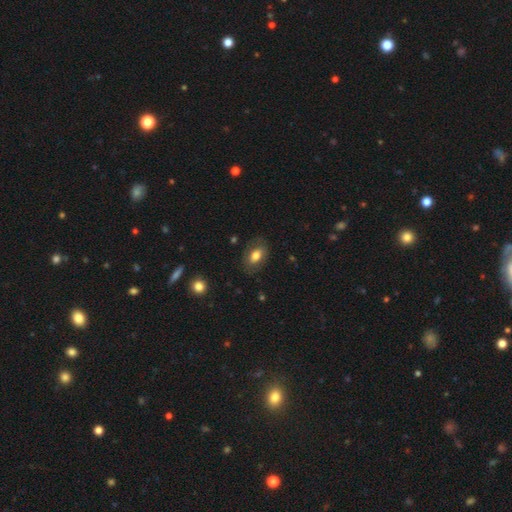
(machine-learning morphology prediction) smooth 73%, featured or disk 19%, star or artifact 8%. Down the decision tree: how rounded — in between (87%); merging — none (80%).